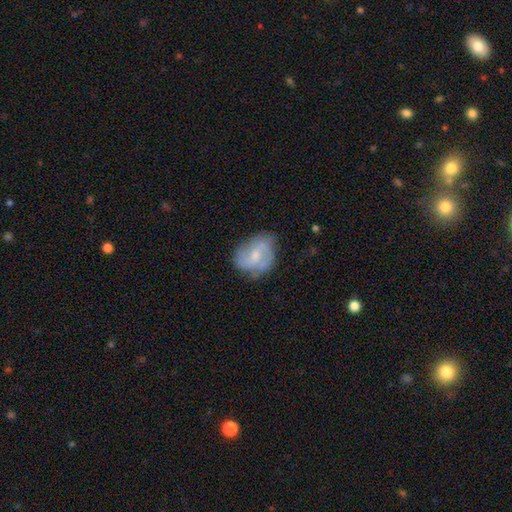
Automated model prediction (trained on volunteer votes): Morphology: type=featured or disk (64%); edge-on=no (97%); bar=no (46%); spiral arms=yes (87%); winding=medium (48%); arm count=2 (65%); bulge=small (46%); merging=none (64%).